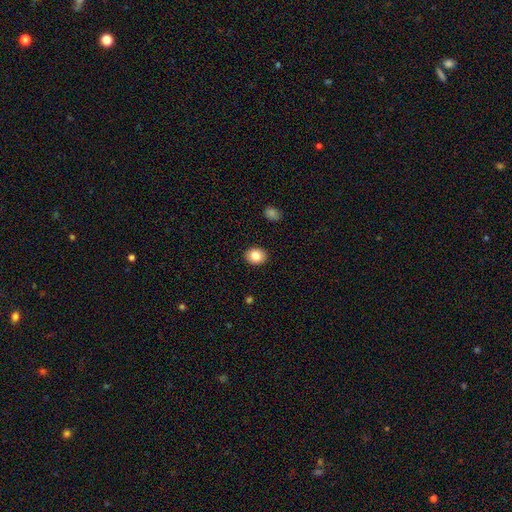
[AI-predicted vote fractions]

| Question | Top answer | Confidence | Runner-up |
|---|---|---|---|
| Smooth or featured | smooth | 84% | star or artifact (9%) |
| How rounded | round | 56% | in between (43%) |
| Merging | none | 91% | minor disturbance (6%) |